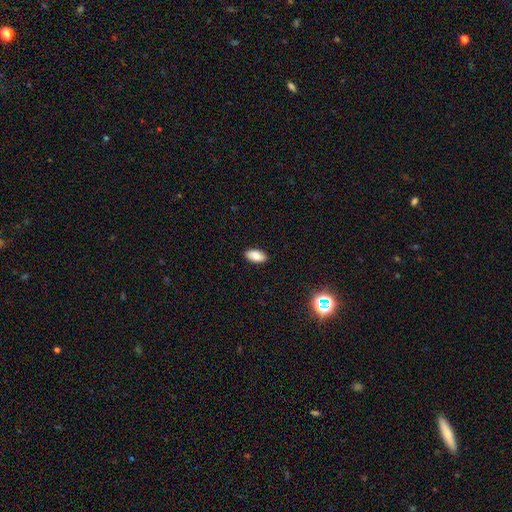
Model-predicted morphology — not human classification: This is clearly a smooth galaxy (86%). How rounded: clearly in between (93%). Merging: clearly none (89%).